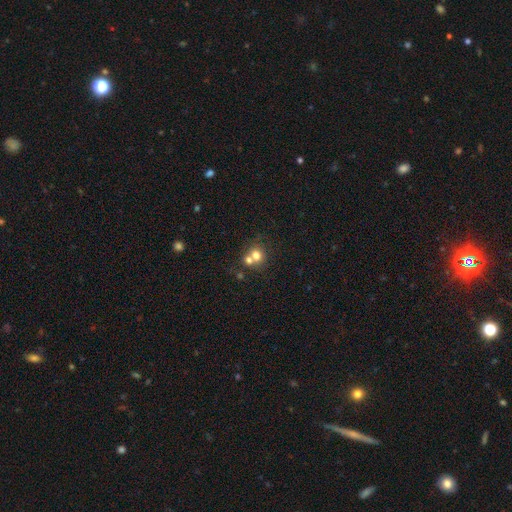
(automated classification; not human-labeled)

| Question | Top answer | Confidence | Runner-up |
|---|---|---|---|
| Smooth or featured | smooth | 72% | featured or disk (15%) |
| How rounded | round | 81% | in between (18%) |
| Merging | merger | 50% | none (40%) |